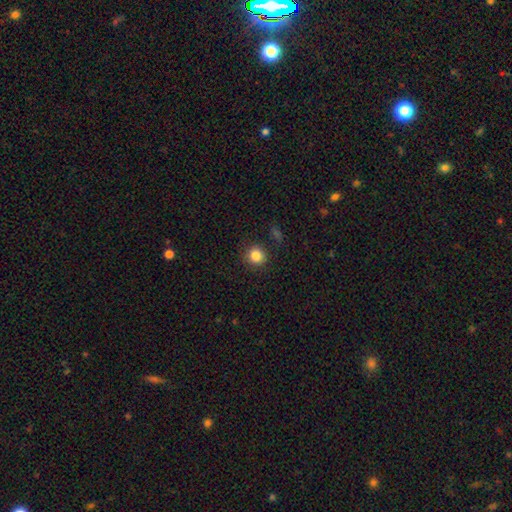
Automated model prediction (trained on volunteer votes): The model was most divided on "smooth or featured": smooth: 84%, star or artifact: 11%, featured or disk: 5%. More confident: how rounded — round (89%); merging — none (87%).